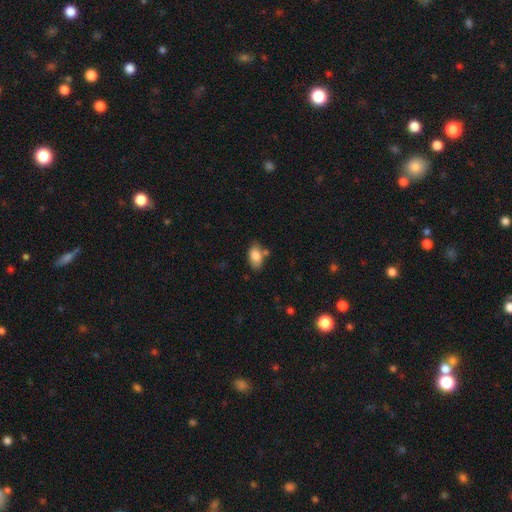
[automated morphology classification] Smooth or featured? smooth (84%)
How rounded? in between (91%)
Merging? none (66%)